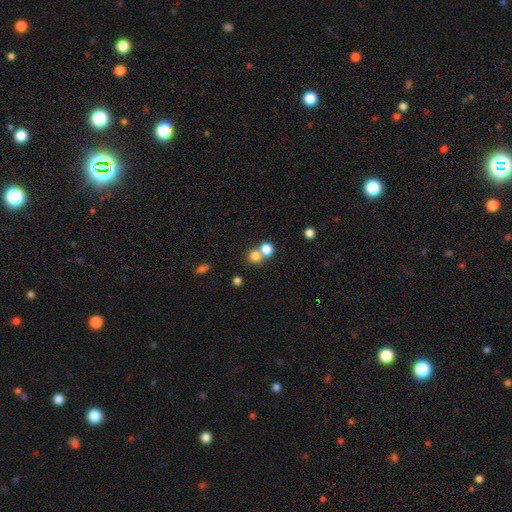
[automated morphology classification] Smooth or featured?
  - smooth: 78% *
  - star or artifact: 14%
  - featured or disk: 9%
How rounded?
  - round: 86% *
  - in between: 13%
  - cigar-shaped: 1%
Merging?
  - none: 49% *
  - merger: 43%
  - minor disturbance: 5%
  - major disturbance: 3%